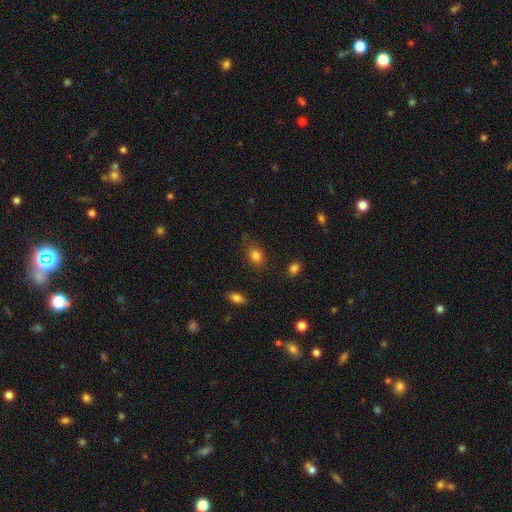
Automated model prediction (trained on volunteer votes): A smooth galaxy with no disk features (82%) that is in between round and cigar-shaped (64%).

Vote fractions:
- Smooth or featured? smooth: 82% / star or artifact: 10% / featured or disk: 7%
- How rounded? in between: 64% / round: 35% / cigar-shaped: 1%
- Merging? none: 76% / minor disturbance: 18% / major disturbance: 4% / merger: 2%